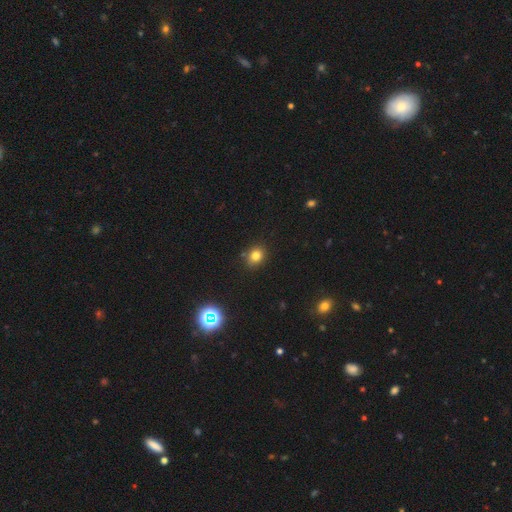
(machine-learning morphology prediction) Q: Smooth or featured?
A: smooth (78%); runner-up: star or artifact (15%)
Q: How rounded?
A: round (63%); runner-up: in between (36%)
Q: Merging?
A: none (83%); runner-up: minor disturbance (12%)